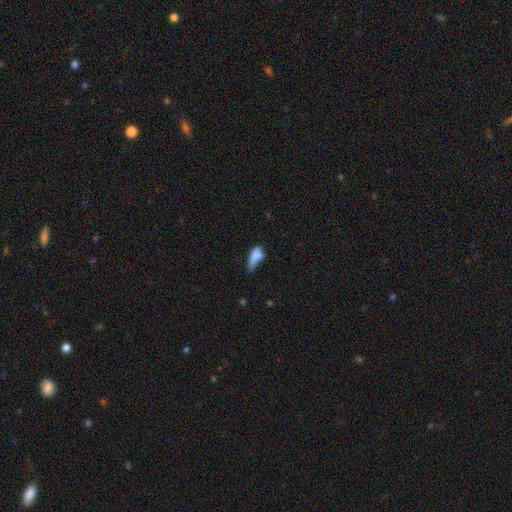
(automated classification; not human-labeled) Smooth or featured?
  - smooth: 72% *
  - featured or disk: 18%
  - star or artifact: 11%
How rounded?
  - in between: 78% *
  - cigar-shaped: 16%
  - round: 6%
Merging?
  - minor disturbance: 33% *
  - major disturbance: 30%
  - none: 24%
  - merger: 14%